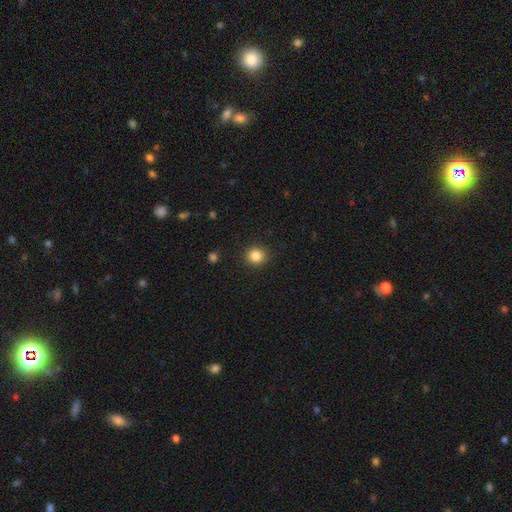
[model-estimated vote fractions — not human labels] Smooth or featured? smooth (85%)
How rounded? round (85%)
Merging? none (90%)